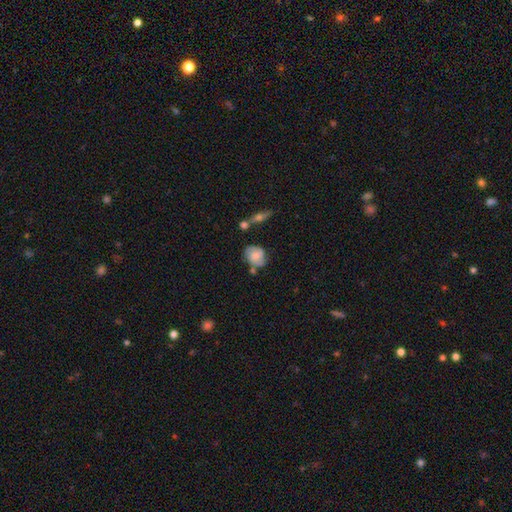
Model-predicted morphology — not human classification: smooth-or-featured: featured or disk: 53% | smooth: 39% | star or artifact: 8%
  disk-edge-on: no: 96% | yes: 4%
    bar: no: 59% | weak: 34% | strong: 7%
    has-spiral-arms: yes: 87% | no: 13%
    bulge-size: small: 38% | moderate: 36% | none: 18% | large: 7% | dominant: 2%
  merging: none: 60% | minor disturbance: 22% | merger: 11% | major disturbance: 7%